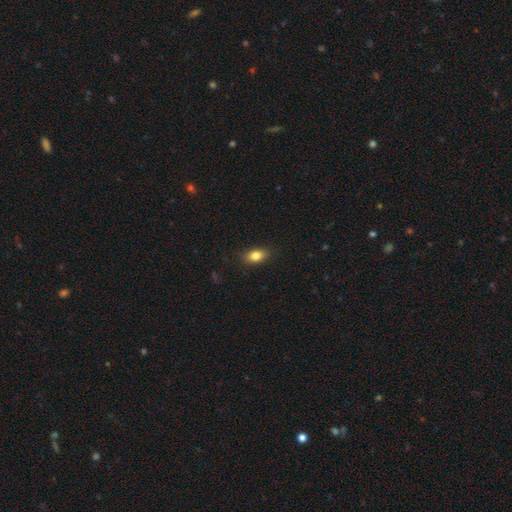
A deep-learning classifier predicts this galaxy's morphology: Smooth or featured? Predicted: smooth (p=0.83). How rounded? Predicted: in between (p=0.85). Merging? Predicted: none (p=0.87).